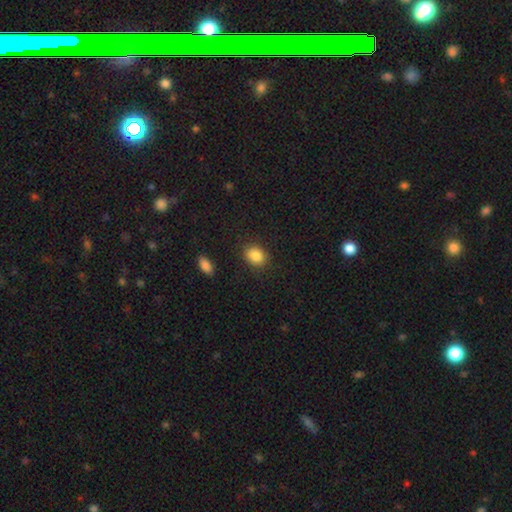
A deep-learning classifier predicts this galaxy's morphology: This appears to be a smooth galaxy with no disk features (86%) that is in between round and cigar-shaped (56%). Merging: none (85%).